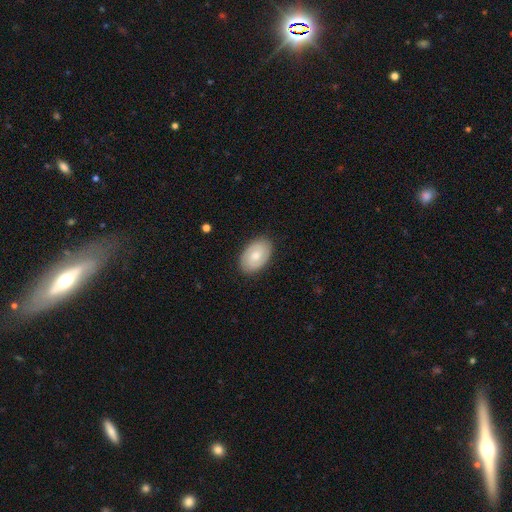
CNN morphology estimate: featured or disk 55%, smooth 39%, star or artifact 6%. Down the decision tree: edge-on disk — no (95%); bar — no (62%); spiral arms — yes (82%); bulge size — moderate (60%); merging — none (85%).